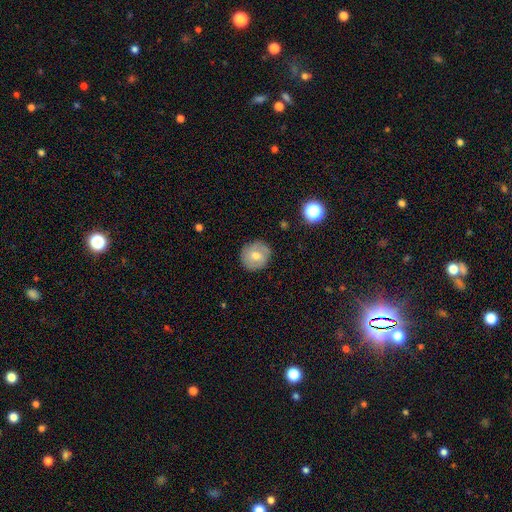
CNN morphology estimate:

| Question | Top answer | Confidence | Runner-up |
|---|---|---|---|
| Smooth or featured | smooth | 61% | featured or disk (30%) |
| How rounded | round | 88% | in between (11%) |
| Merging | none | 84% | minor disturbance (13%) |